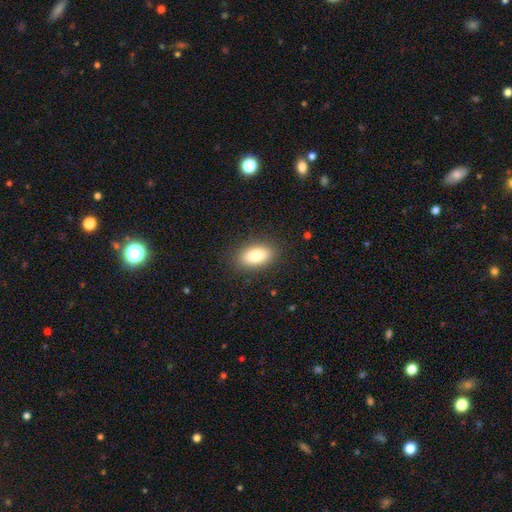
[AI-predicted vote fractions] Overall: smooth (83%). How rounded: in between (91%). Merging: none (87%).